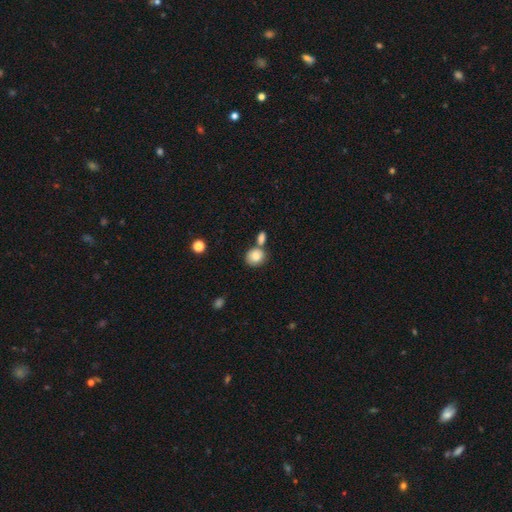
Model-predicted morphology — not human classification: A smooth galaxy with no disk features (83%) that is round (74%). Merging: none (57%).